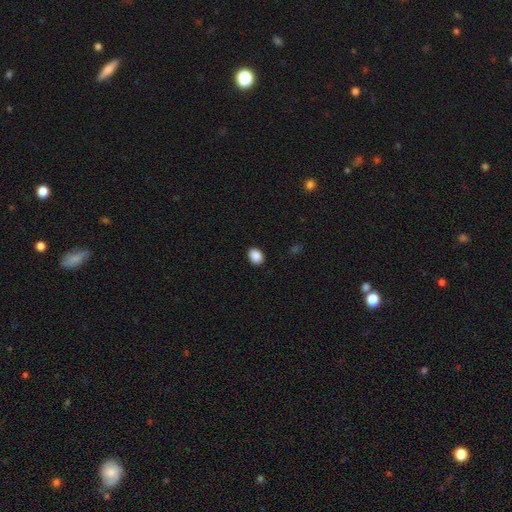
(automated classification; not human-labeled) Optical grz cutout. It shows a smooth galaxy with no disk features (90%) that is in between round and cigar-shaped (67%). Merging: none (90%).